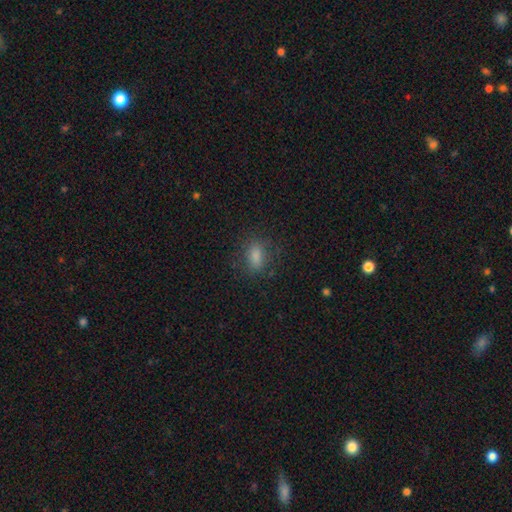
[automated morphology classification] The model was most divided on "how rounded": in between: 77%, round: 15%, cigar-shaped: 8%. More confident: merging — none (81%); smooth or featured — smooth (79%).